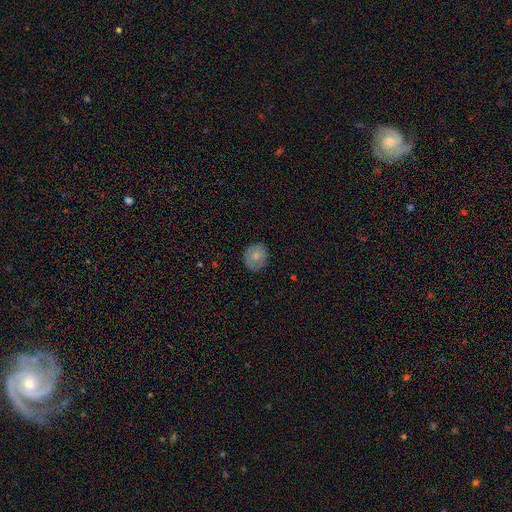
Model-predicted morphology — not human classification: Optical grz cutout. It shows a smooth galaxy with no disk features (75%) that is round (76%). Merging: none (82%).